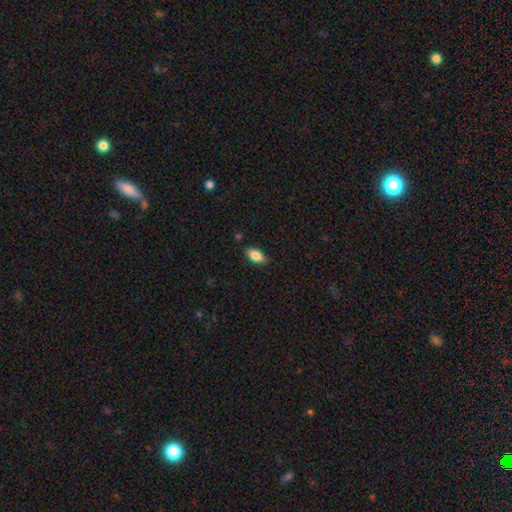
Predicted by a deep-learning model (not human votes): Smooth or featured? smooth (83%)
How rounded? in between (89%)
Merging? none (83%)